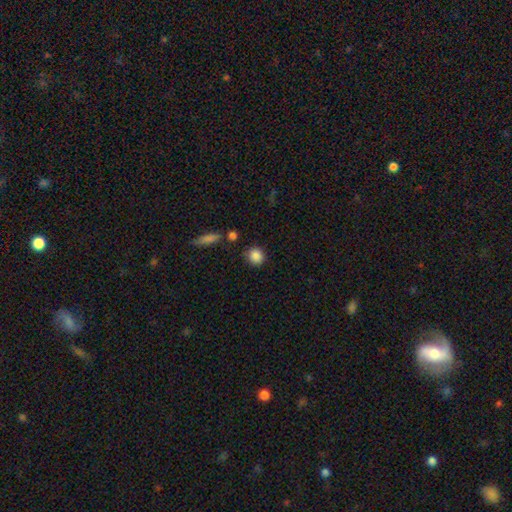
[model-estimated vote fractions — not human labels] smooth-or-featured: smooth: 87% | star or artifact: 9% | featured or disk: 5%
  how-rounded: round: 83% | in between: 15% | cigar-shaped: 2%
  merging: none: 83% | minor disturbance: 10% | merger: 4% | major disturbance: 3%